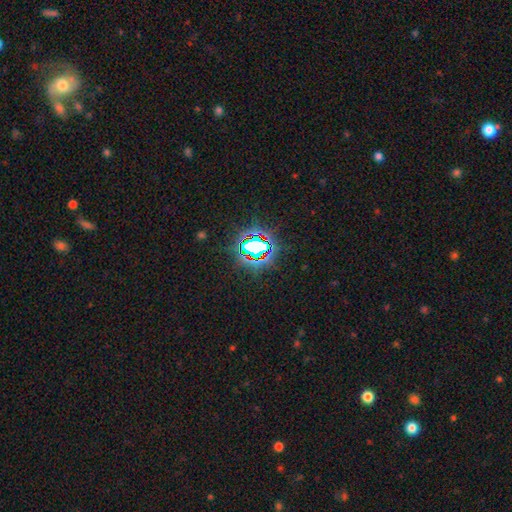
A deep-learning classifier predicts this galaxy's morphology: Smooth or featured? Predicted: star or artifact (p=0.82).